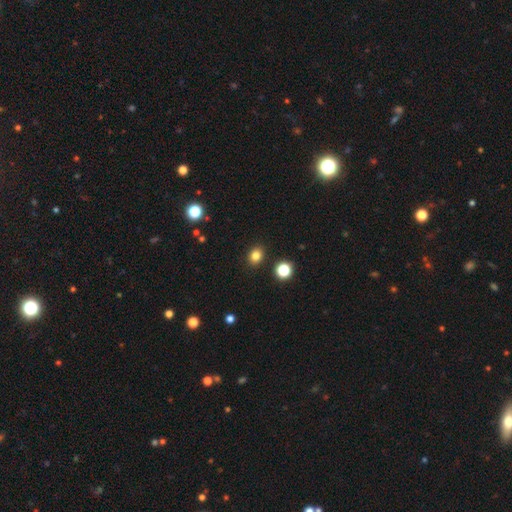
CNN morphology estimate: Overall: smooth (81%). How rounded: round (63%; in between 36%). Merging: none (89%).